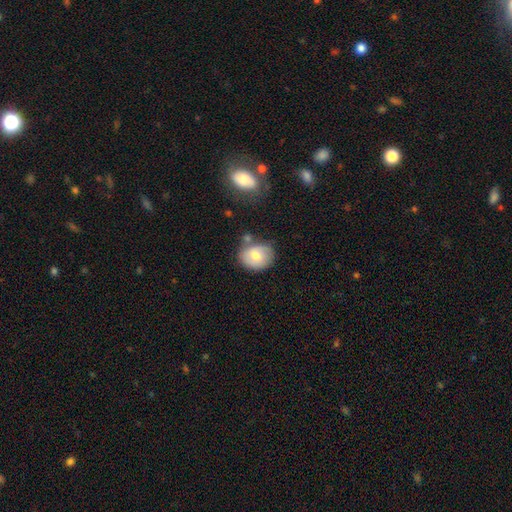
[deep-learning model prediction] Overall: smooth (71%). How rounded: round (54%; in between 45%). Merging: none (61%).